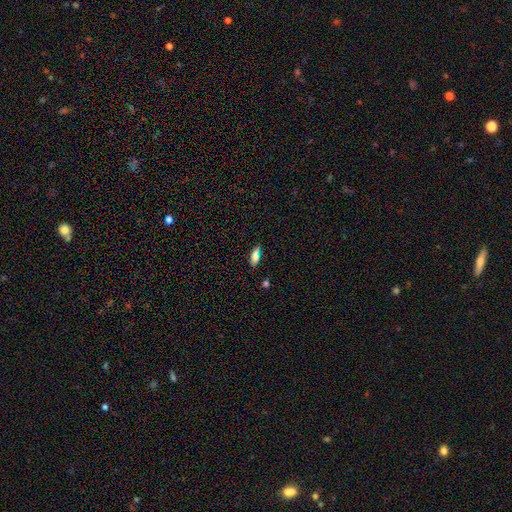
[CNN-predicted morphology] The model was most divided on "how rounded": in between: 69%, cigar-shaped: 28%, round: 4%. More confident: merging — none (80%); smooth or featured — smooth (77%).